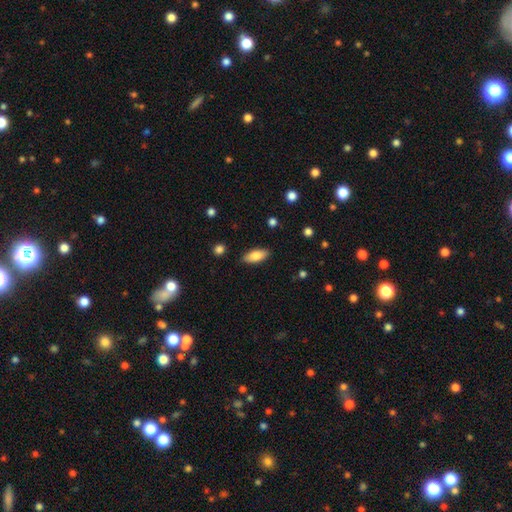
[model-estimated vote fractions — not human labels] A smooth galaxy with no disk features (80%) that is in between round and cigar-shaped (83%).

Vote fractions:
- Smooth or featured? smooth: 80% / featured or disk: 14% / star or artifact: 7%
- How rounded? in between: 83% / cigar-shaped: 15% / round: 2%
- Merging? none: 86% / minor disturbance: 10% / major disturbance: 2% / merger: 1%